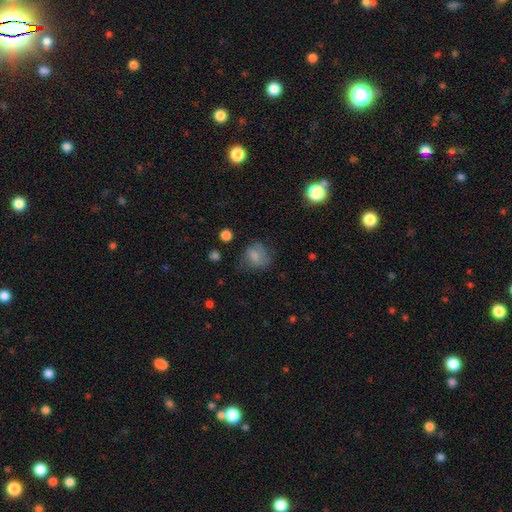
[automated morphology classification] This is likely a smooth galaxy (68%). How rounded: possibly round (60%). Merging: possibly none (48%).